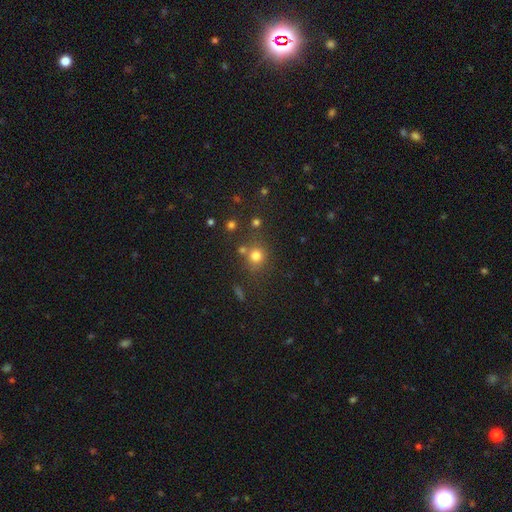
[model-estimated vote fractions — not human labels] Smooth or featured? smooth (76%)
How rounded? round (86%)
Merging? none (68%)